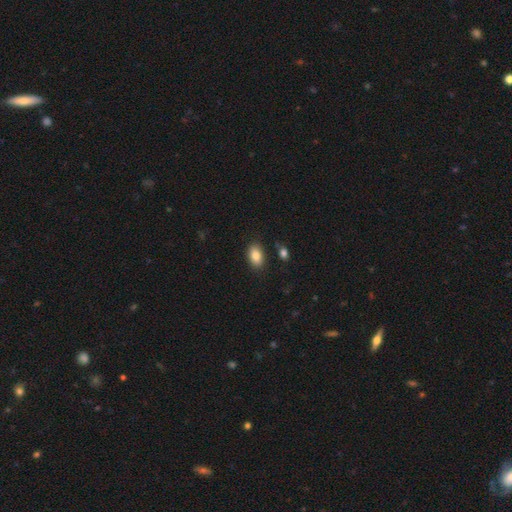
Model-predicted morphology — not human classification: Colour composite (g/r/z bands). It shows a smooth galaxy with no disk features (85%) that is in between round and cigar-shaped (91%). Merging: none (85%).